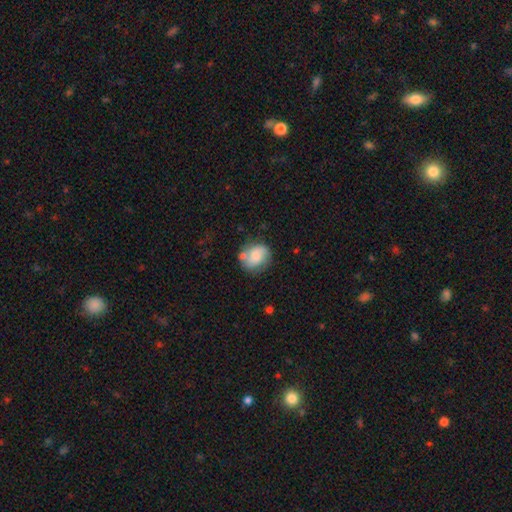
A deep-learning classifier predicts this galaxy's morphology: Q: Smooth or featured?
A: smooth (59%); runner-up: featured or disk (33%)
Q: How rounded?
A: round (67%); runner-up: in between (32%)
Q: Merging?
A: none (59%); runner-up: minor disturbance (22%)